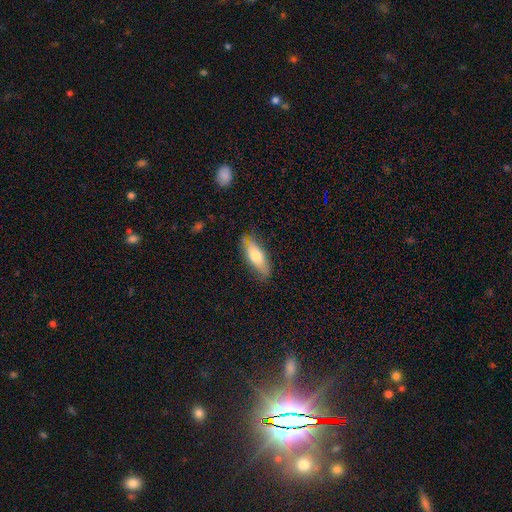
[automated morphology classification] Q: Smooth or featured?
A: smooth (66%); runner-up: featured or disk (28%)
Q: How rounded?
A: in between (62%); runner-up: cigar-shaped (35%)
Q: Merging?
A: none (75%); runner-up: minor disturbance (19%)